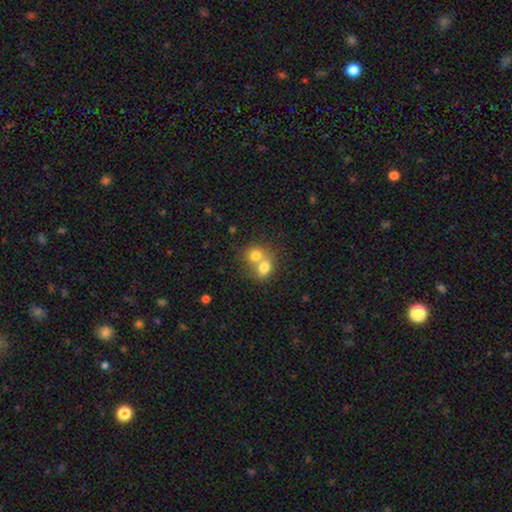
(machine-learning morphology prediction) Smooth or featured?
  - smooth: 75% *
  - featured or disk: 15%
  - star or artifact: 9%
How rounded?
  - round: 63% *
  - in between: 36%
  - cigar-shaped: 1%
Merging?
  - merger: 68% *
  - none: 25%
  - minor disturbance: 5%
  - major disturbance: 2%